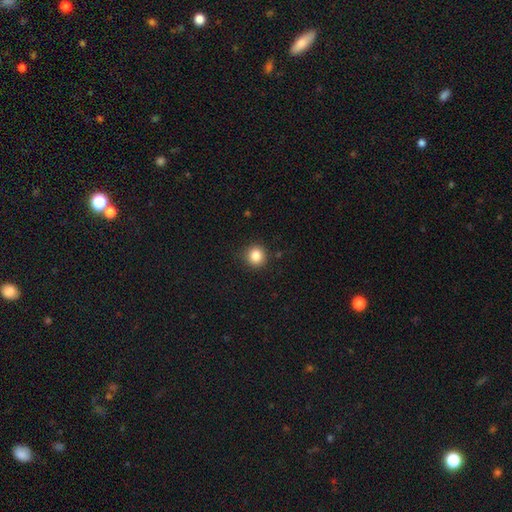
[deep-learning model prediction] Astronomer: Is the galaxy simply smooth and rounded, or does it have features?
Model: smooth — 84%.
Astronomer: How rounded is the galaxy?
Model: round — 91%.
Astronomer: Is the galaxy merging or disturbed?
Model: none — 90%.